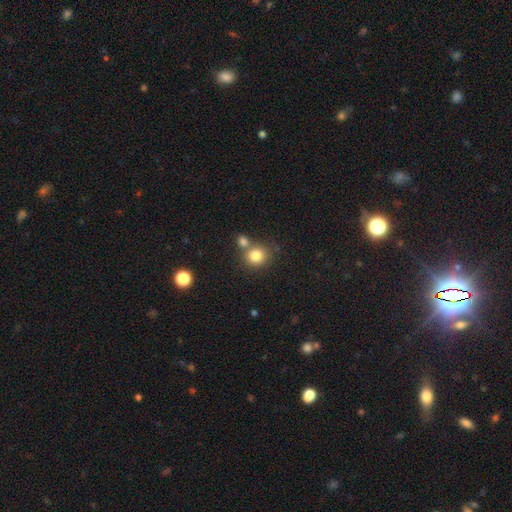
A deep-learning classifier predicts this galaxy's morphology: Q: Smooth or featured?
A: smooth (81%); runner-up: star or artifact (11%)
Q: How rounded?
A: round (81%); runner-up: in between (18%)
Q: Merging?
A: none (58%); runner-up: merger (29%)